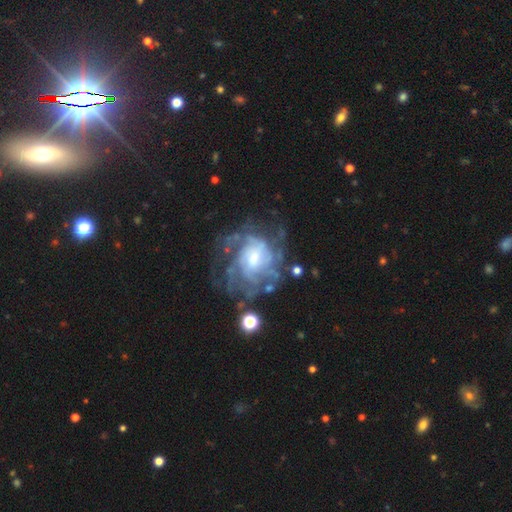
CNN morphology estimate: smooth_or_featured: featured or disk (p=0.82) [alt: smooth p=0.09]
disk_edge_on: no (p=0.97) [alt: yes p=0.03]
bar: no (p=0.57) [alt: weak p=0.35]
has_spiral_arms: yes (p=0.90) [alt: no p=0.10]
spiral_winding: tight (p=0.55) [alt: medium p=0.34]
spiral_arm_count: can't tell (p=0.46) [alt: 4 p=0.15]
bulge_size: moderate (p=0.44) [alt: small p=0.38]
merging: none (p=0.63) [alt: minor disturbance p=0.18]